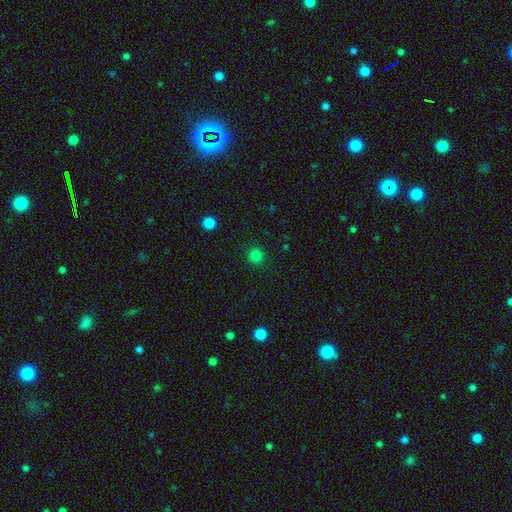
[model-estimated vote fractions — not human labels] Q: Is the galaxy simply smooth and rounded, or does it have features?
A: smooth — 82%.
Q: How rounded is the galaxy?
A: round — 93%.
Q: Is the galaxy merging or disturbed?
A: none — 91%.